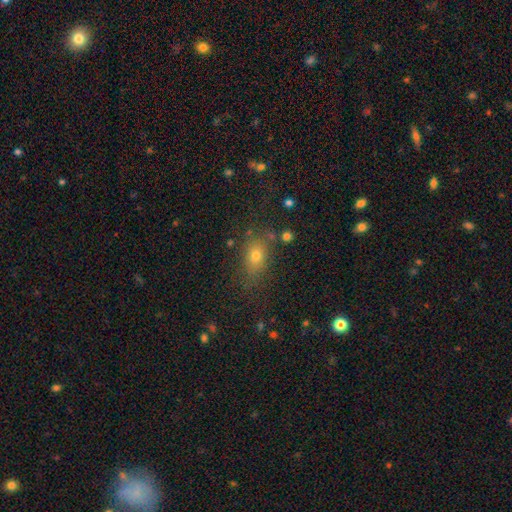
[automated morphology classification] A smooth galaxy with no disk features (70%) that is in between round and cigar-shaped (67%). Merging: none (76%).